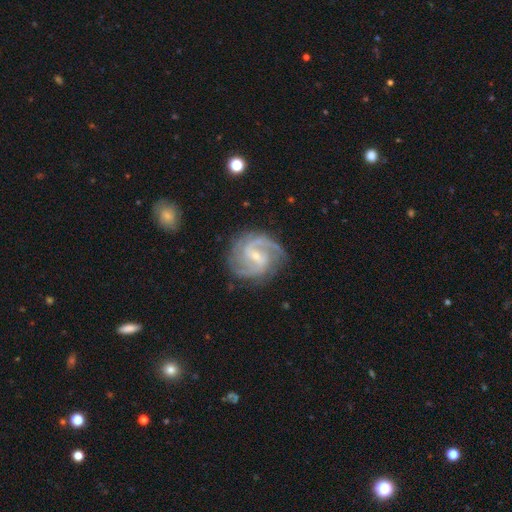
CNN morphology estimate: The model was most divided on "spiral winding": medium: 52%, tight: 35%, loose: 13%. More confident: edge-on disk — no (98%); spiral arms — yes (98%); smooth or featured — featured or disk (90%); merging — none (78%); bulge size — small (70%); bar — weak (54%); spiral arm count — 2 (54%).